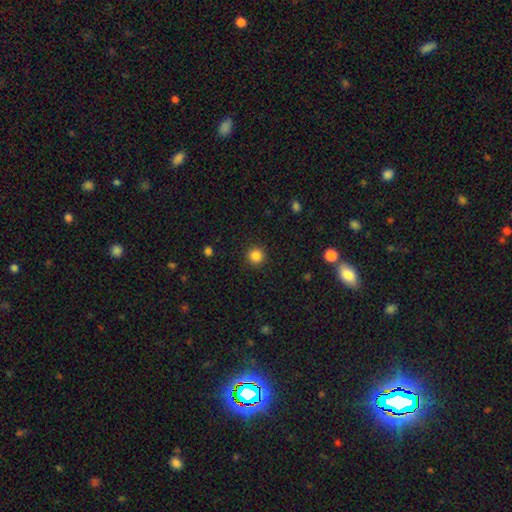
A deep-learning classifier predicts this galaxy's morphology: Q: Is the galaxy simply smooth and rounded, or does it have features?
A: smooth — 85%.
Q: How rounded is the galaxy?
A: round — 95%.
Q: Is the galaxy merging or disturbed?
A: none — 92%.